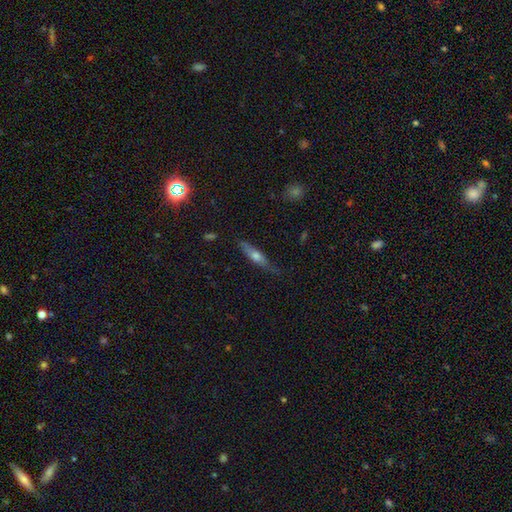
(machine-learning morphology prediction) Q: Smooth or featured?
A: featured or disk (47%); runner-up: smooth (46%)
Q: Merging?
A: none (72%); runner-up: minor disturbance (22%)